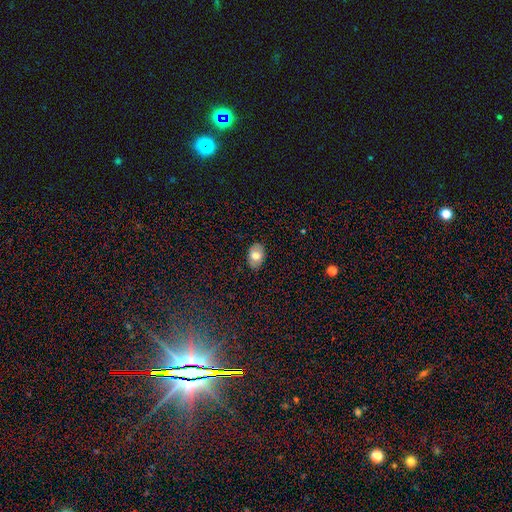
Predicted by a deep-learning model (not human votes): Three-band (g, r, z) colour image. It shows a smooth galaxy with no disk features (72%) that is in between round and cigar-shaped (84%). Merging: none (84%).